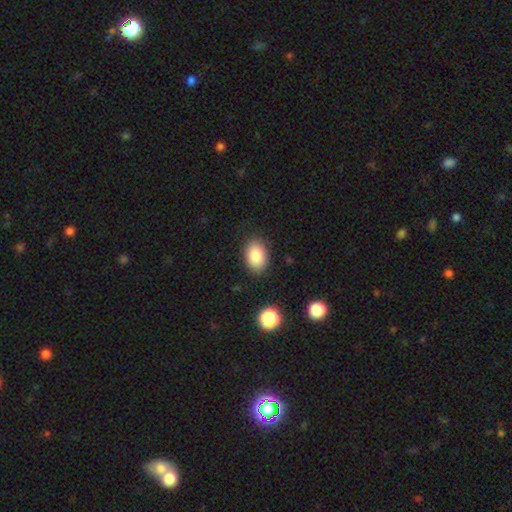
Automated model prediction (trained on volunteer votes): The model was most divided on "how rounded": in between: 82%, round: 17%, cigar-shaped: 1%. More confident: smooth or featured — smooth (86%); merging — none (85%).